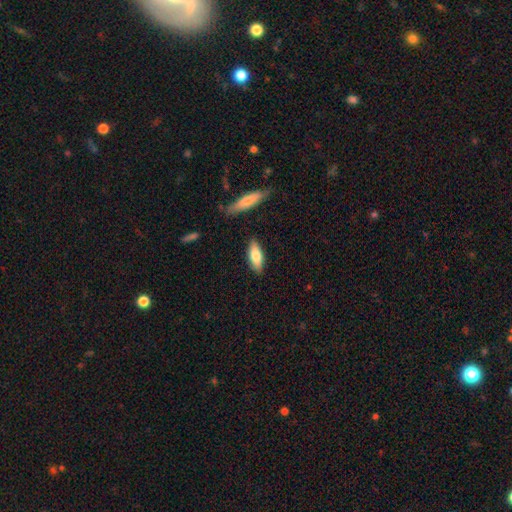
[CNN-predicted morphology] Overall: smooth (73%). How rounded: in between (64%; cigar-shaped 33%). Merging: none (85%).